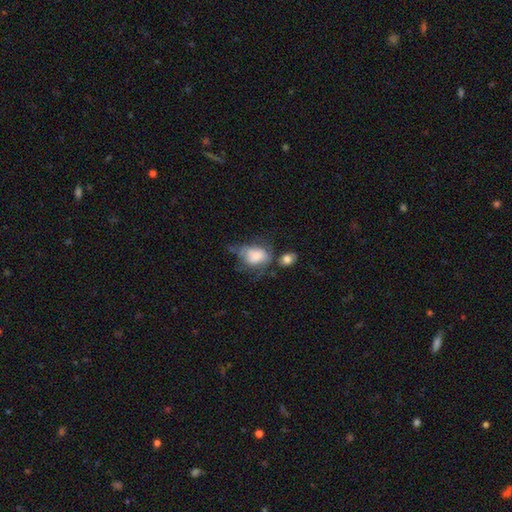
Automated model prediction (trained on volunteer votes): The model was most divided on "merging": major disturbance: 34%, minor disturbance: 27%, none: 23%, merger: 16%. More confident: how rounded — in between (76%); smooth or featured — smooth (67%).